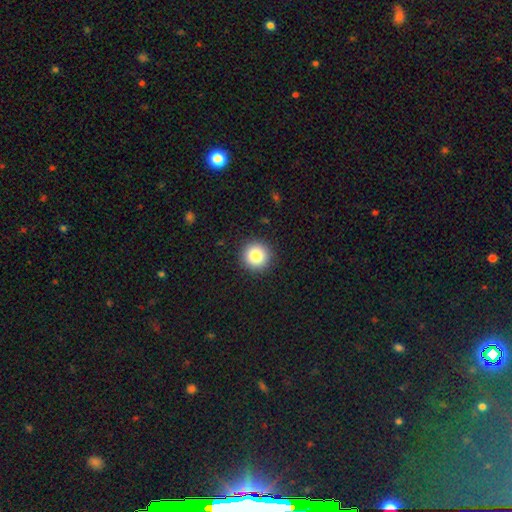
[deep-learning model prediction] Smooth or featured: smooth — 83% (star or artifact — 10%)
How rounded: round — 95% (in between — 4%)
Merging: none — 92% (minor disturbance — 5%)